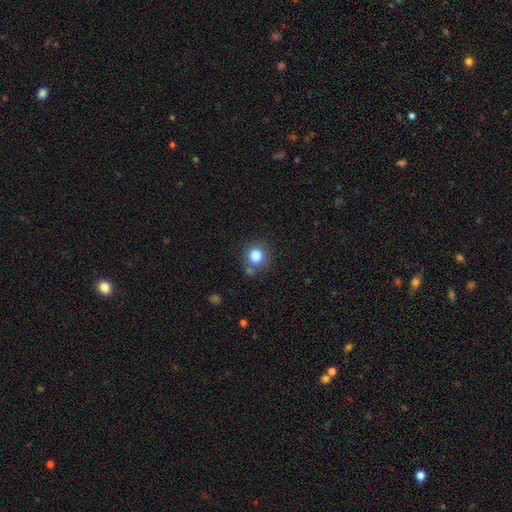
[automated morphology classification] A smooth galaxy with no disk features (85%) that is round (85%).

Vote fractions:
- Smooth or featured? smooth: 85% / star or artifact: 10% / featured or disk: 5%
- How rounded? round: 85% / in between: 14% / cigar-shaped: 1%
- Merging? none: 68% / minor disturbance: 14% / merger: 12% / major disturbance: 5%